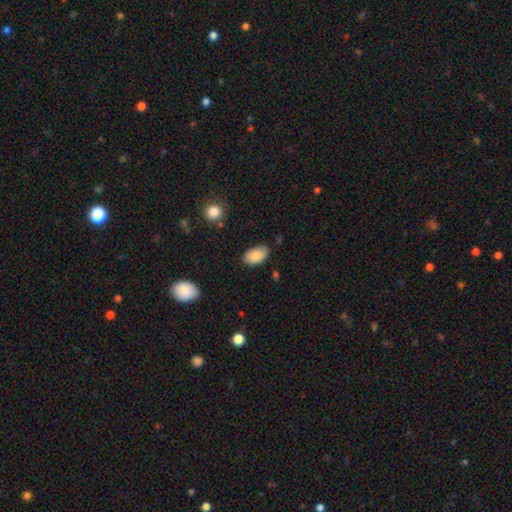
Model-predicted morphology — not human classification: smooth 84%, featured or disk 9%, star or artifact 7%. Down the decision tree: how rounded — in between (94%); merging — none (76%).